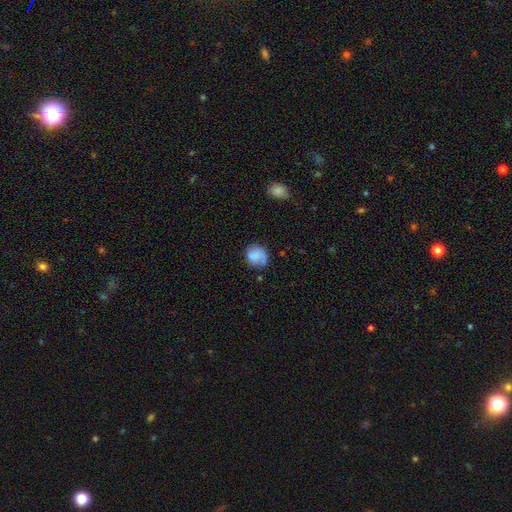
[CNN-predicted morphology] smooth_or_featured: smooth (p=0.70) [alt: featured or disk p=0.22]
how_rounded: round (p=0.70) [alt: in between p=0.29]
merging: none (p=0.57) [alt: minor disturbance p=0.26]